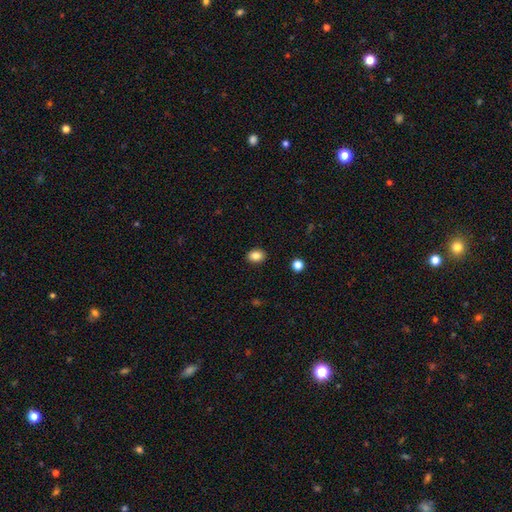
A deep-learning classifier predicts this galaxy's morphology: smooth-or-featured: smooth: 85% | star or artifact: 10% | featured or disk: 6%
  how-rounded: in between: 70% | round: 29% | cigar-shaped: 1%
  merging: none: 90% | minor disturbance: 7% | major disturbance: 2% | merger: 1%